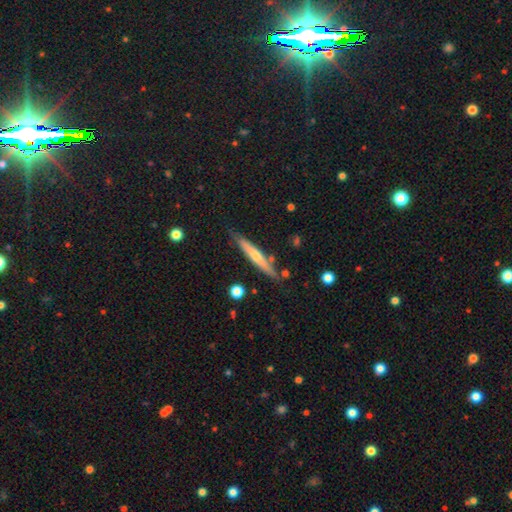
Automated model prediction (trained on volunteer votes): Morphology: type=featured or disk (51%); edge-on=yes (93%); merging=none (80%).